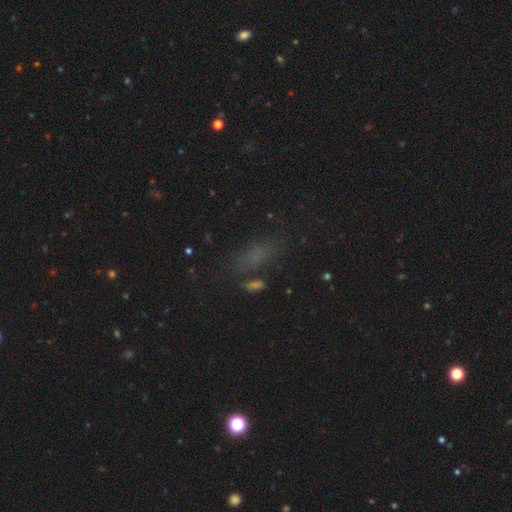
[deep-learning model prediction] Smooth or featured? smooth (61%)
How rounded? in between (69%)
Merging? none (64%)